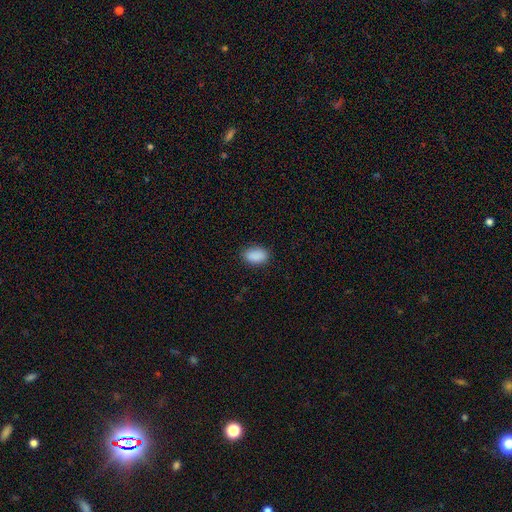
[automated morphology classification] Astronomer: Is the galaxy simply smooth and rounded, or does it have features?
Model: smooth — 90%.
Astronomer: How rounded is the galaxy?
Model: in between — 91%.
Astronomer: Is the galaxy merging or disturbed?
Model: none — 86%.